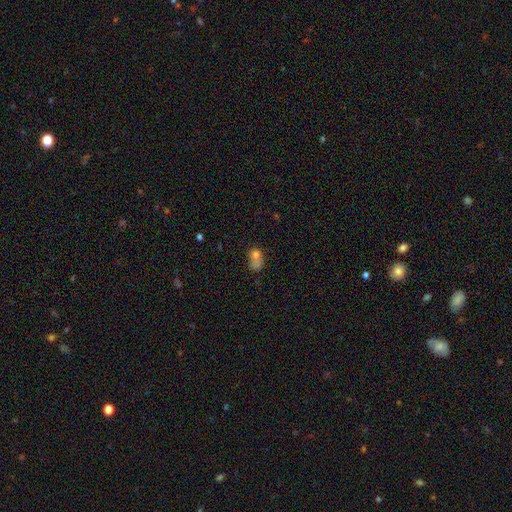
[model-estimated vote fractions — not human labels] A smooth galaxy with no disk features (67%) that is in between round and cigar-shaped (57%). Merging: merger (40%).